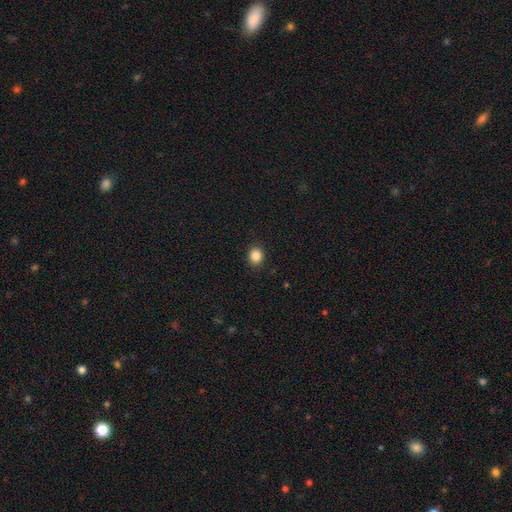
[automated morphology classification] Smooth or featured? Predicted: smooth (p=0.86). How rounded? Predicted: round (p=0.78). Merging? Predicted: none (p=0.92).